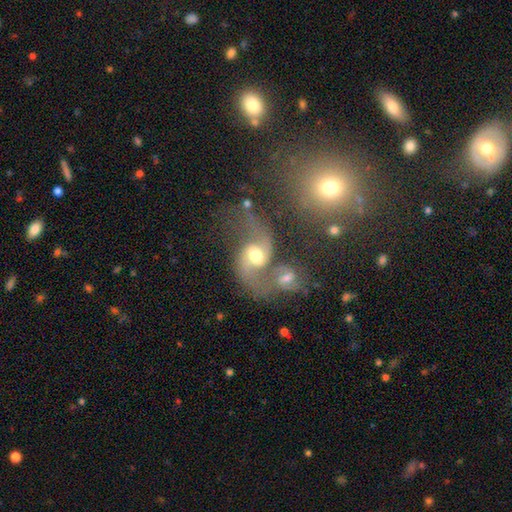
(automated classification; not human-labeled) smooth_or_featured: featured or disk (p=0.73) [alt: smooth p=0.17]
disk_edge_on: no (p=0.97) [alt: yes p=0.03]
bar: weak (p=0.44) [alt: no p=0.40]
has_spiral_arms: yes (p=0.90) [alt: no p=0.10]
spiral_winding: loose (p=0.65) [alt: medium p=0.28]
spiral_arm_count: 2 (p=0.89) [alt: 1 p=0.05]
bulge_size: moderate (p=0.64) [alt: large p=0.18]
merging: merger (p=0.55) [alt: none p=0.22]